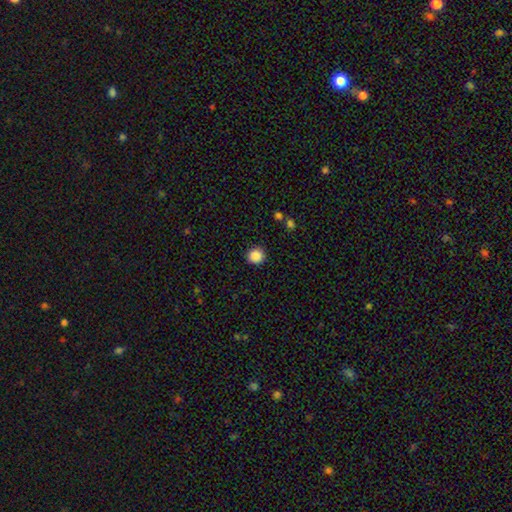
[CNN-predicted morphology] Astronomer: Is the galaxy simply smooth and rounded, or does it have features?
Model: smooth — 87%.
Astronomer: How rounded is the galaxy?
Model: round — 93%.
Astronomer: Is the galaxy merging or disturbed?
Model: none — 91%.